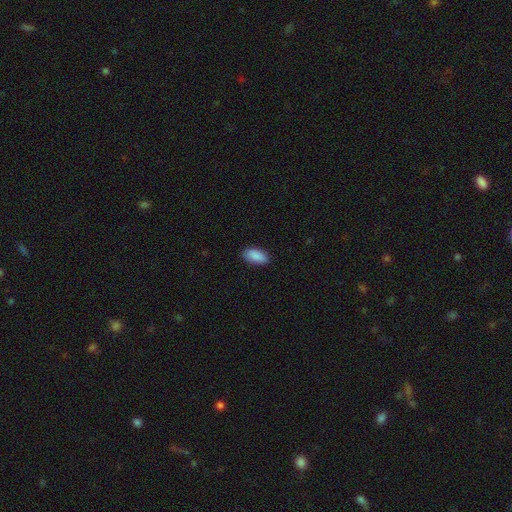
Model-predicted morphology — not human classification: smooth_or_featured: smooth (p=0.90) [alt: star or artifact p=0.06]
how_rounded: in between (p=0.93) [alt: cigar-shaped p=0.05]
merging: none (p=0.88) [alt: minor disturbance p=0.09]